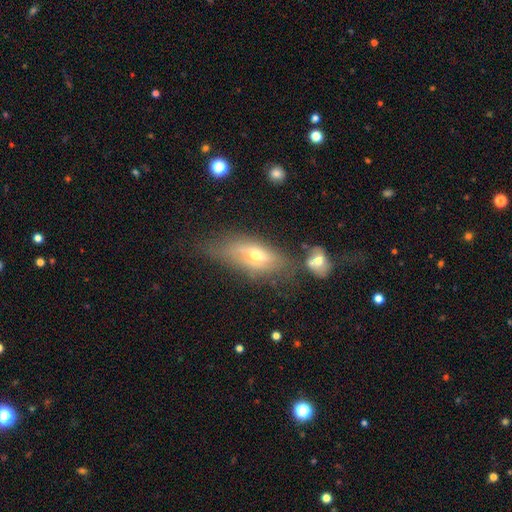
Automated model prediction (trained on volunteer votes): Overall: smooth (45%; featured or disk 44%). Merging: none (43%; minor disturbance 27%).